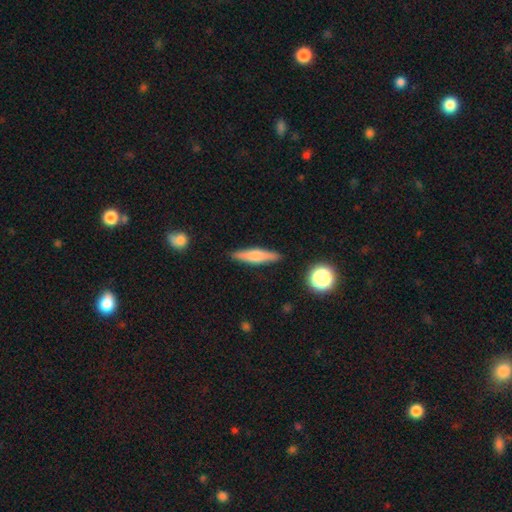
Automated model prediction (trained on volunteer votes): Q: Smooth or featured?
A: smooth (59%); runner-up: featured or disk (34%)
Q: How rounded?
A: cigar-shaped (81%); runner-up: in between (17%)
Q: Merging?
A: none (88%); runner-up: minor disturbance (9%)